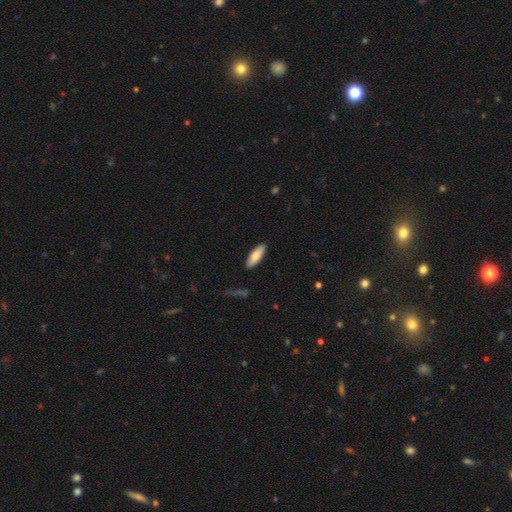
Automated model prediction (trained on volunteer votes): This appears to be a smooth galaxy with no disk features (82%) that is in between round and cigar-shaped (62%). Merging: none (89%).